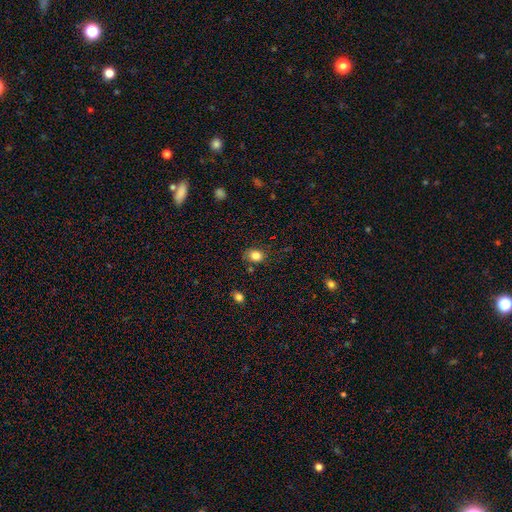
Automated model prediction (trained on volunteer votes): Smooth or featured?
  - smooth: 83% *
  - star or artifact: 11%
  - featured or disk: 6%
How rounded?
  - round: 58% *
  - in between: 41%
  - cigar-shaped: 1%
Merging?
  - none: 73% *
  - minor disturbance: 19%
  - major disturbance: 5%
  - merger: 3%